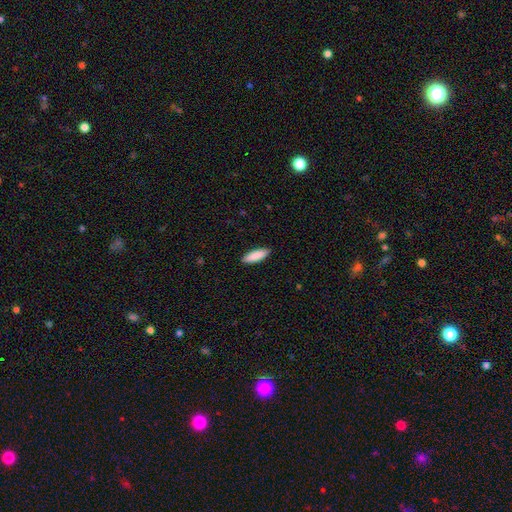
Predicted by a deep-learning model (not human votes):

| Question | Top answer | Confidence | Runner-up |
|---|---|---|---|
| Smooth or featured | smooth | 89% | featured or disk (6%) |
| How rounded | cigar-shaped | 51% | in between (48%) |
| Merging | none | 91% | minor disturbance (7%) |